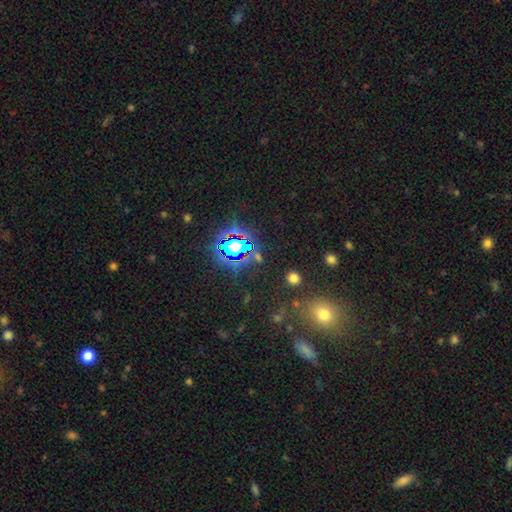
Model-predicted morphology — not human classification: A star or artifact, not a galaxy (72%).